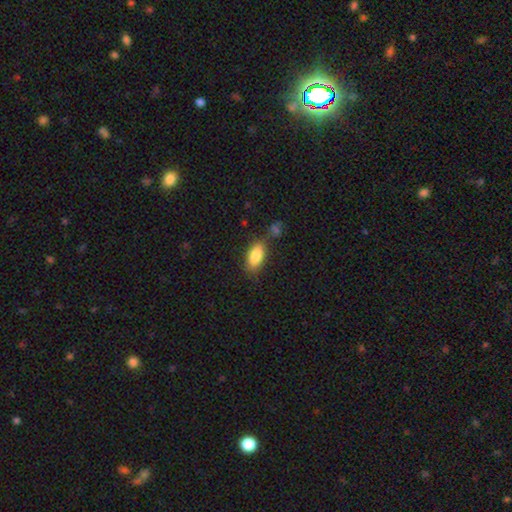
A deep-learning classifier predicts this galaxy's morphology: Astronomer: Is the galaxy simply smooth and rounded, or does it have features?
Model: smooth — 85%.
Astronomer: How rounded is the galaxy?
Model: in between — 89%.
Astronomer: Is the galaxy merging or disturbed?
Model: none — 74%.